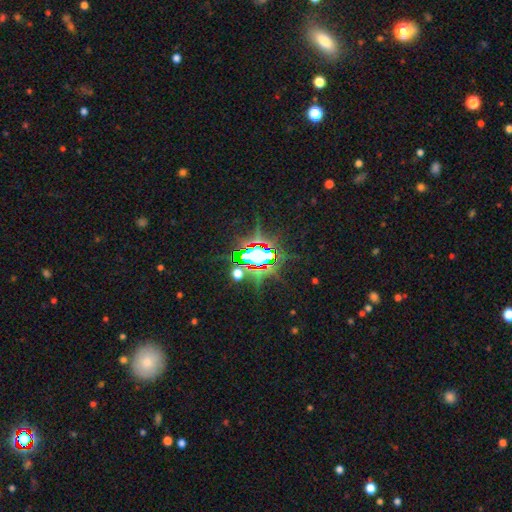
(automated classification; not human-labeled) A star or artifact, not a galaxy (75%).